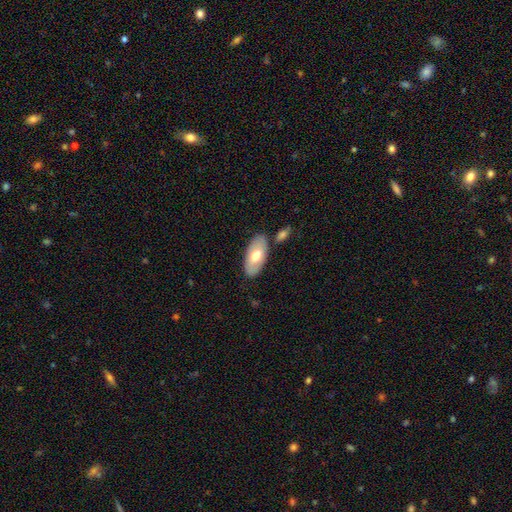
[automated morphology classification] A smooth galaxy with no disk features (61%) that is in between round and cigar-shaped (93%).

Vote fractions:
- Smooth or featured? smooth: 61% / featured or disk: 34% / star or artifact: 5%
- How rounded? in between: 93% / cigar-shaped: 5% / round: 2%
- Merging? none: 79% / minor disturbance: 11% / merger: 7% / major disturbance: 3%